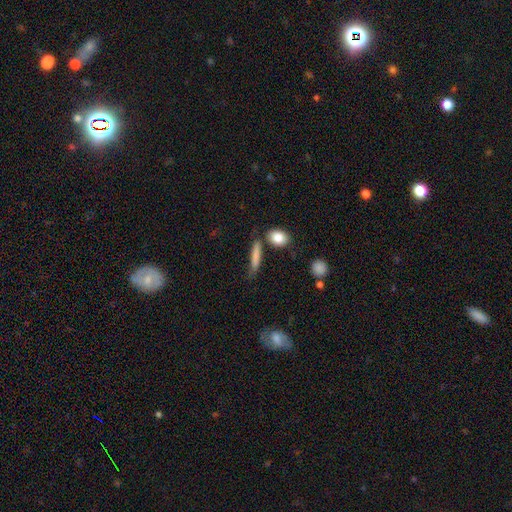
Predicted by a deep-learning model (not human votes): Smooth or featured? Predicted: smooth (p=0.80). How rounded? Predicted: cigar-shaped (p=0.75). Merging? Predicted: none (p=0.70).